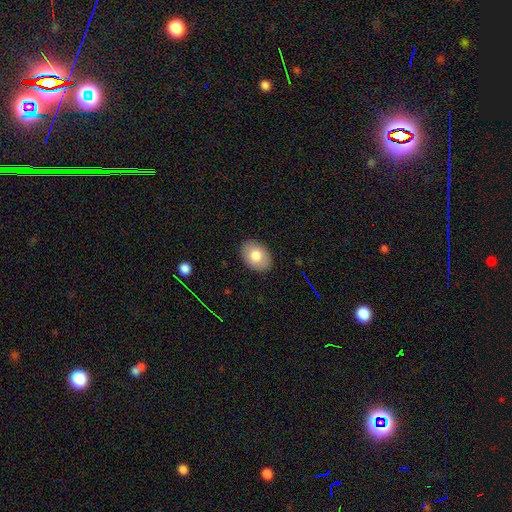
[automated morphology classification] smooth-or-featured: smooth: 79% | featured or disk: 14% | star or artifact: 7%
  how-rounded: in between: 80% | round: 19% | cigar-shaped: 1%
  merging: none: 88% | minor disturbance: 9% | major disturbance: 2% | merger: 1%